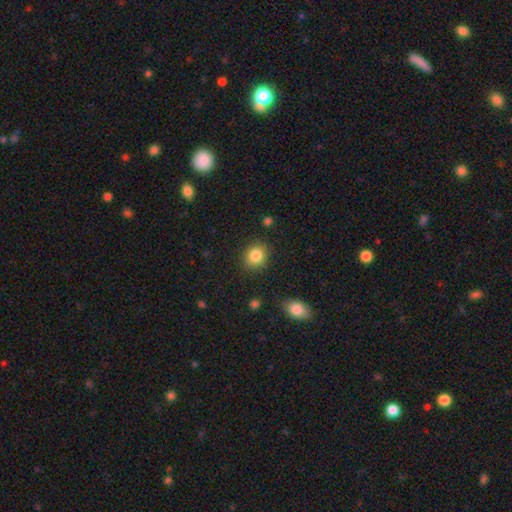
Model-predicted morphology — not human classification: smooth 85%, star or artifact 9%, featured or disk 6%. Down the decision tree: how rounded — round (67%); merging — none (85%).